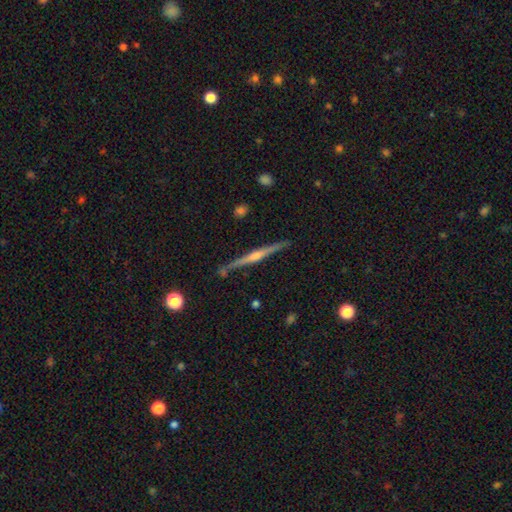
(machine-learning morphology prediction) type=featured or disk (80%); edge-on=yes (98%); edge-on bulge=rounded (82%); merging=none (88%).